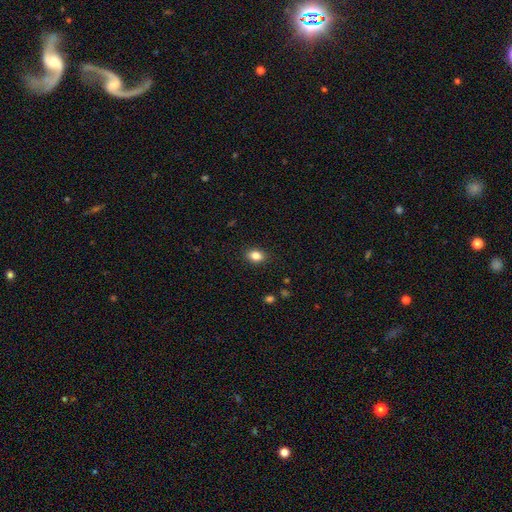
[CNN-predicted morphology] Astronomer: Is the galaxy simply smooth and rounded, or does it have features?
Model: smooth — 85%.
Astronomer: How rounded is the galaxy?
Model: in between — 73%.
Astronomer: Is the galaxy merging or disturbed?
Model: none — 88%.